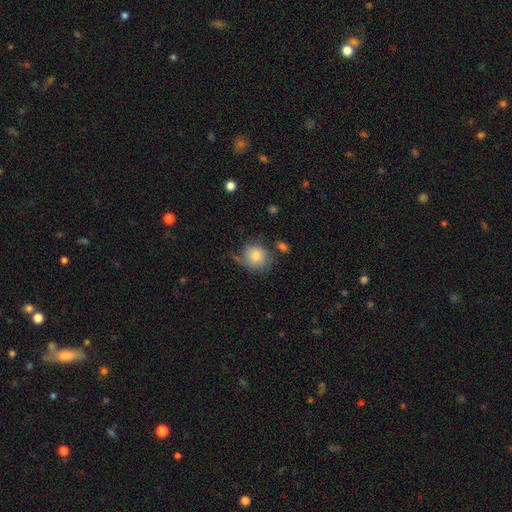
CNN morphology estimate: A smooth galaxy with no disk features (66%) that is round (77%). Merging: none (44%).